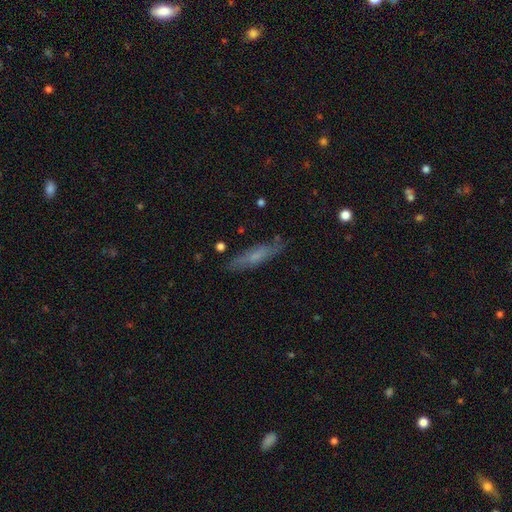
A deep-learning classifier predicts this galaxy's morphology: This appears to be a smooth galaxy with no disk features (52%) that is cigar-shaped (77%). Merging: none (79%).